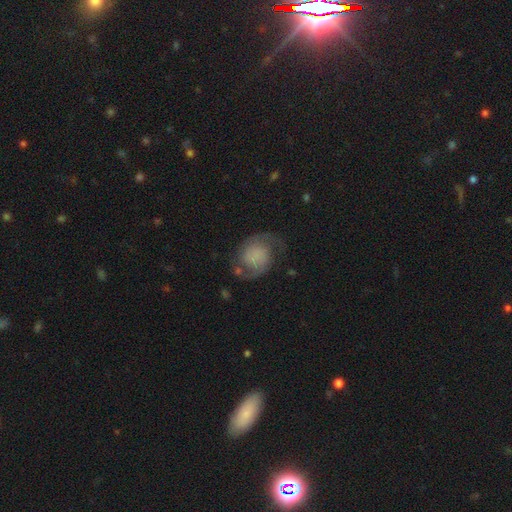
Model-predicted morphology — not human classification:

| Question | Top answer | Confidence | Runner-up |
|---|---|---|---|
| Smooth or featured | featured or disk | 78% | smooth (15%) |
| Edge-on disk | no | 98% | yes (2%) |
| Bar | no | 71% | weak (24%) |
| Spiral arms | yes | 95% | no (5%) |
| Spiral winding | medium | 49% | loose (29%) |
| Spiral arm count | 2 | 93% | can't tell (2%) |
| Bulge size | none | 58% | small (20%) |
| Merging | none | 70% | minor disturbance (17%) |